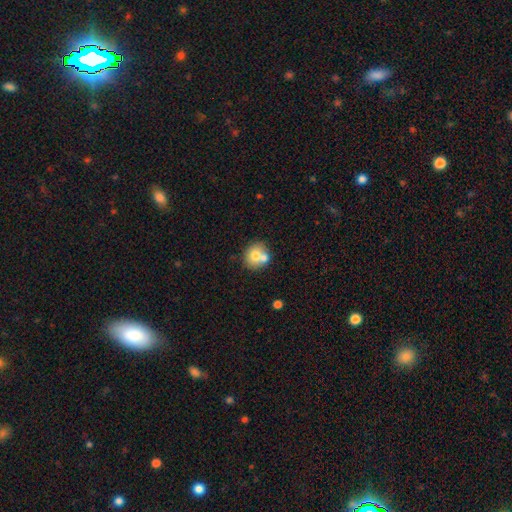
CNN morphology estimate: smooth 70%, featured or disk 21%, star or artifact 10%. Down the decision tree: how rounded — round (81%); merging — none (54%).